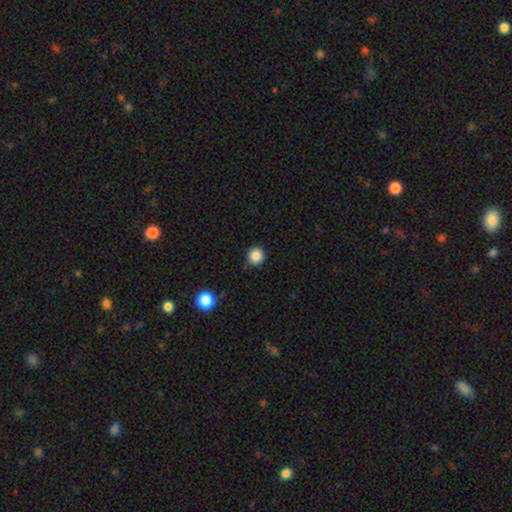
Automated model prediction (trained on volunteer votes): This is clearly a smooth galaxy (87%). How rounded: clearly round (95%). Merging: clearly none (92%).